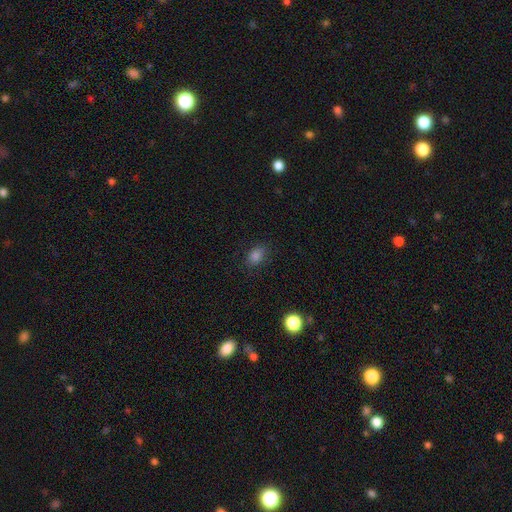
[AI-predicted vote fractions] Smooth or featured: smooth — 81% (star or artifact — 14%)
How rounded: in between — 73% (round — 25%)
Merging: none — 82% (minor disturbance — 14%)